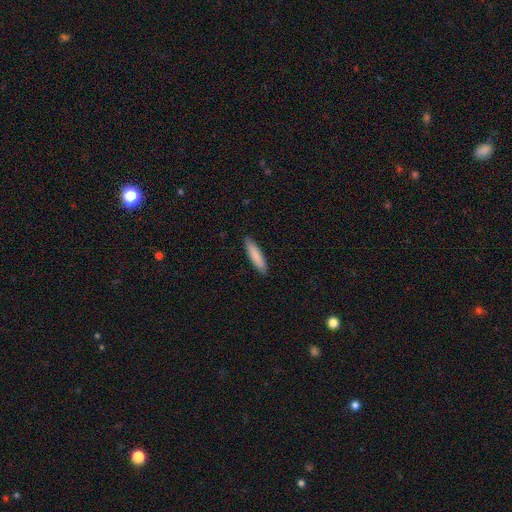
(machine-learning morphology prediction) smooth_or_featured: smooth (p=0.86) [alt: featured or disk p=0.09]
how_rounded: cigar-shaped (p=0.81) [alt: in between p=0.17]
merging: none (p=0.90) [alt: minor disturbance p=0.08]